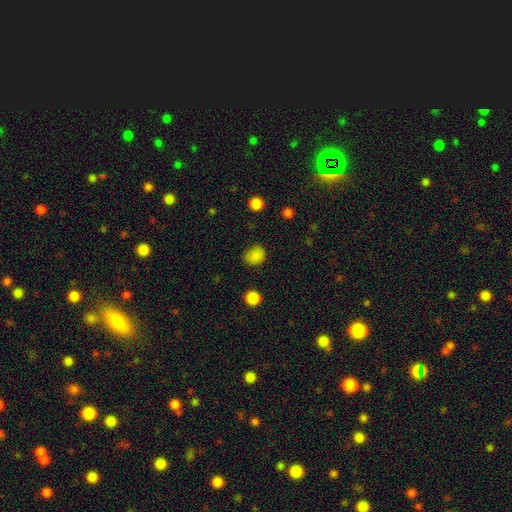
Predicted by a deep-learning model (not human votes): smooth-or-featured: smooth: 83% | star or artifact: 13% | featured or disk: 3%
  how-rounded: round: 64% | in between: 35% | cigar-shaped: 1%
  merging: none: 73% | minor disturbance: 20% | major disturbance: 5% | merger: 2%